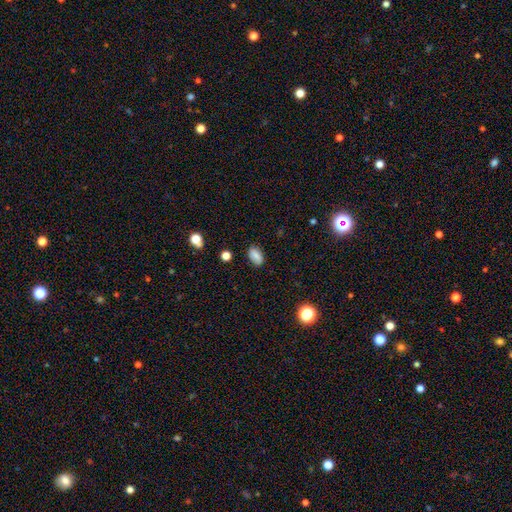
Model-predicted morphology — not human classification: A smooth galaxy with no disk features (81%) that is in between round and cigar-shaped (90%).

Vote fractions:
- Smooth or featured? smooth: 81% / star or artifact: 10% / featured or disk: 8%
- How rounded? in between: 90% / round: 8% / cigar-shaped: 2%
- Merging? none: 83% / minor disturbance: 13% / major disturbance: 3% / merger: 2%